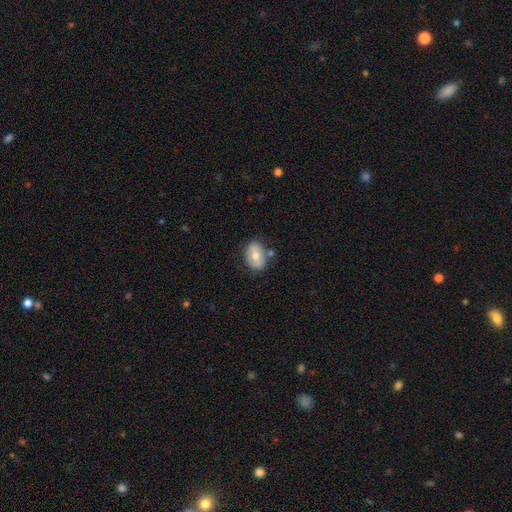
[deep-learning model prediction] smooth 68%, featured or disk 25%, star or artifact 7%. Down the decision tree: how rounded — in between (79%); merging — none (73%).